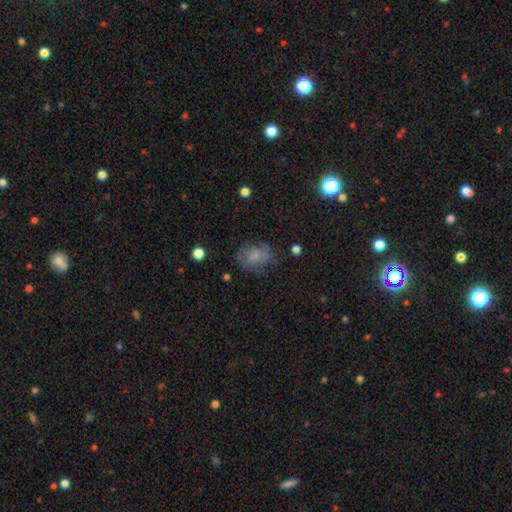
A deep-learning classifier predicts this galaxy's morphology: Smooth or featured?
  - smooth: 64% *
  - featured or disk: 24%
  - star or artifact: 12%
How rounded?
  - in between: 61% *
  - round: 38%
  - cigar-shaped: 1%
Merging?
  - none: 62% *
  - minor disturbance: 23%
  - major disturbance: 13%
  - merger: 2%